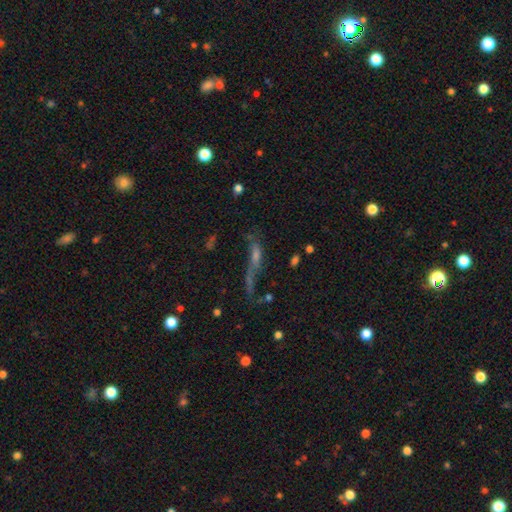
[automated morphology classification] Smooth or featured?
  - featured or disk: 42% *
  - smooth: 34%
  - star or artifact: 24%
Merging?
  - major disturbance: 37% *
  - none: 33%
  - minor disturbance: 16%
  - merger: 14%